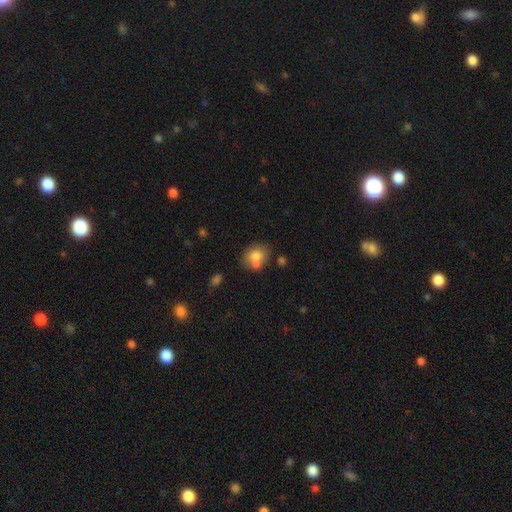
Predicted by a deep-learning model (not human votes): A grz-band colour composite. It shows a smooth galaxy with no disk features (73%) that is round (51%). Merging: none (44%).